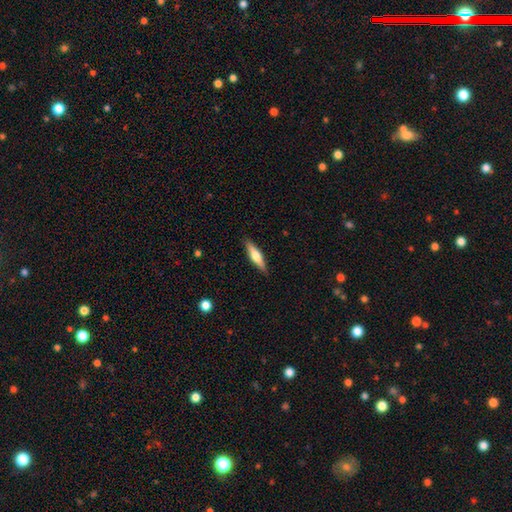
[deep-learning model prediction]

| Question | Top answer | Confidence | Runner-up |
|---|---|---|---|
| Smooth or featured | featured or disk | 50% | smooth (45%) |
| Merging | none | 89% | minor disturbance (8%) |